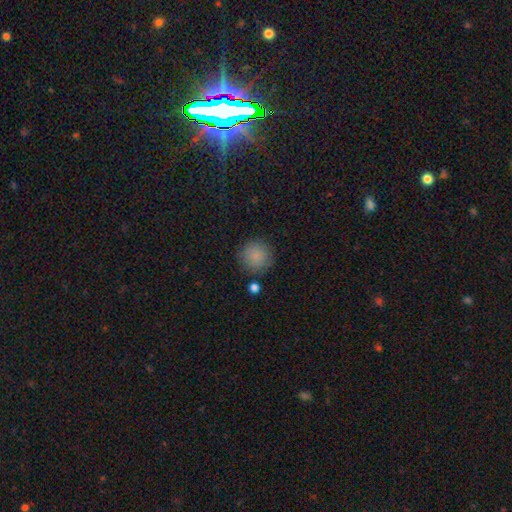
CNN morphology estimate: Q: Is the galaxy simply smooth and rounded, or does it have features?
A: smooth — 86%.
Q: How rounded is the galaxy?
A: round — 94%.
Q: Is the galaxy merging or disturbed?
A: none — 84%.